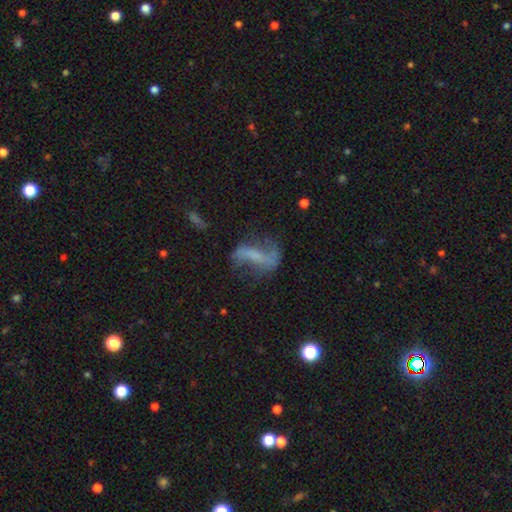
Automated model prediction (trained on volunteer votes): A featured or disk galaxy (70%) with a strong bar (44%), 2 (86%) loose (80%) spiral arms (82%) and no central bulge (53%).

Vote fractions:
- Smooth or featured? featured or disk: 70% / smooth: 18% / star or artifact: 11%
- Edge-on disk? no: 92% / yes: 8%
- Bar? strong: 44% / weak: 31% / no: 25%
- Spiral arms? yes: 82% / no: 18%
- Spiral winding? loose: 80% / medium: 15% / tight: 5%
- Spiral arm count? 2: 86% / 1: 6% / can't tell: 5% / 3: 1% / 4: 1% / more than 4: 1%
- Bulge size? none: 53% / small: 28% / moderate: 13% / large: 4% / dominant: 2%
- Merging? none: 55% / major disturbance: 21% / minor disturbance: 19% / merger: 4%